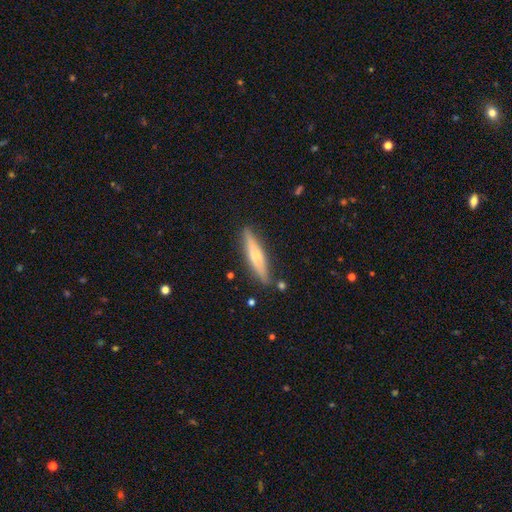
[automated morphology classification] smooth 52%, featured or disk 42%, star or artifact 6%. Down the decision tree: how rounded — cigar-shaped (86%); merging — none (85%).